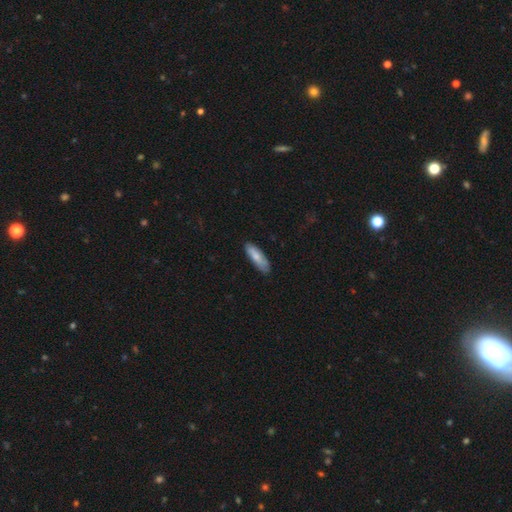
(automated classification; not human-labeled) This is likely a smooth galaxy (78%). How rounded: possibly cigar-shaped (51%). Merging: clearly none (84%).